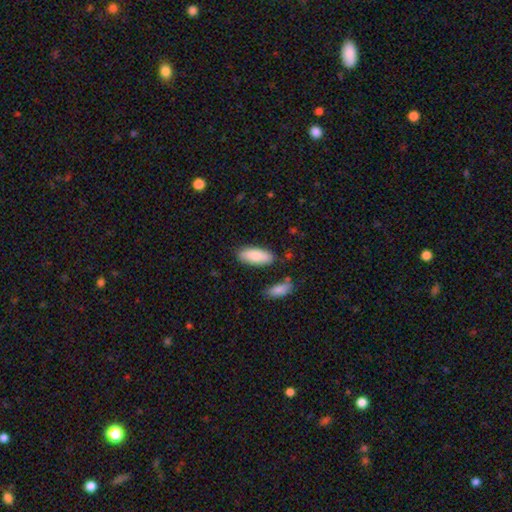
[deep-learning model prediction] smooth_or_featured: smooth (p=0.84) [alt: featured or disk p=0.10]
how_rounded: in between (p=0.79) [alt: cigar-shaped p=0.20]
merging: none (p=0.81) [alt: minor disturbance p=0.12]